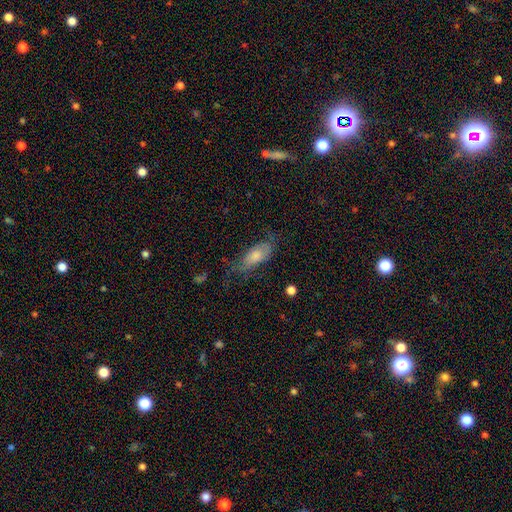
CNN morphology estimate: A smooth galaxy with no disk features (58%) that is in between round and cigar-shaped (77%).

Vote fractions:
- Smooth or featured? smooth: 58% / featured or disk: 32% / star or artifact: 10%
- How rounded? in between: 77% / cigar-shaped: 19% / round: 4%
- Merging? none: 50% / minor disturbance: 29% / major disturbance: 19% / merger: 2%